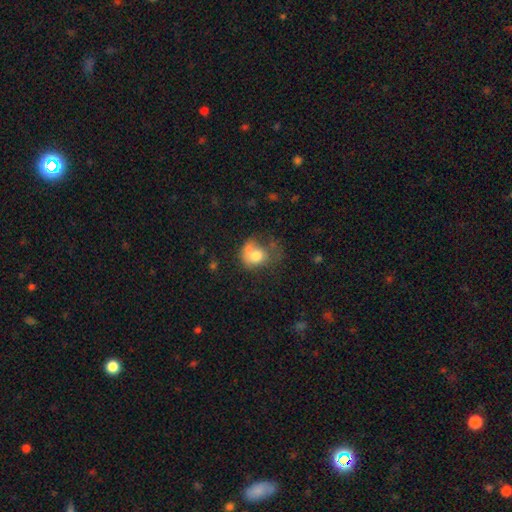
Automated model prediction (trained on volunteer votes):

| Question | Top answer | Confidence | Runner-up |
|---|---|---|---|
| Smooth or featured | smooth | 67% | featured or disk (23%) |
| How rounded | round | 56% | in between (43%) |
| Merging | major disturbance | 33% | none (27%) |